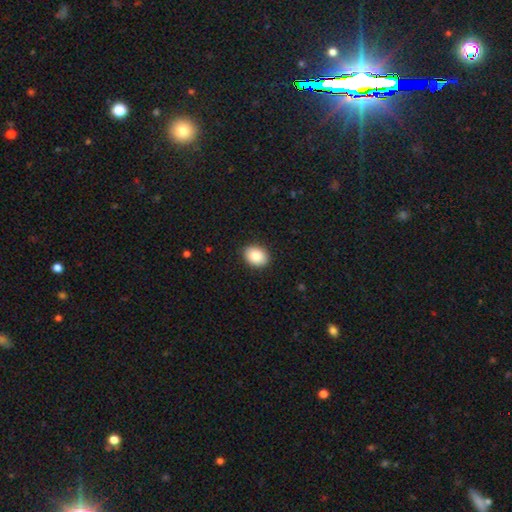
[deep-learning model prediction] Morphology: type=smooth (86%); roundness=in between (63%); merging=none (90%).